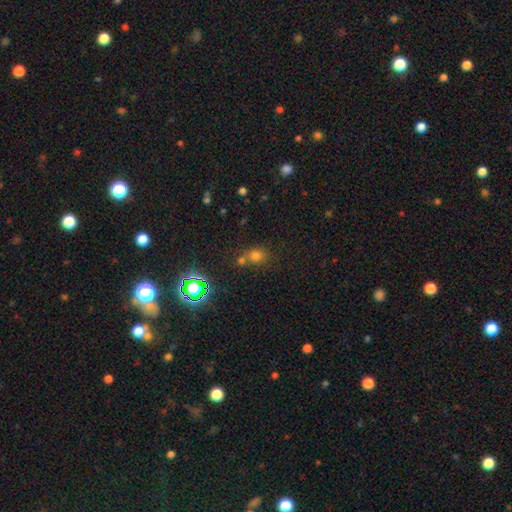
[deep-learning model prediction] Smooth or featured: smooth — 64% (star or artifact — 27%)
How rounded: round — 70% (in between — 29%)
Merging: none — 53% (merger — 32%)